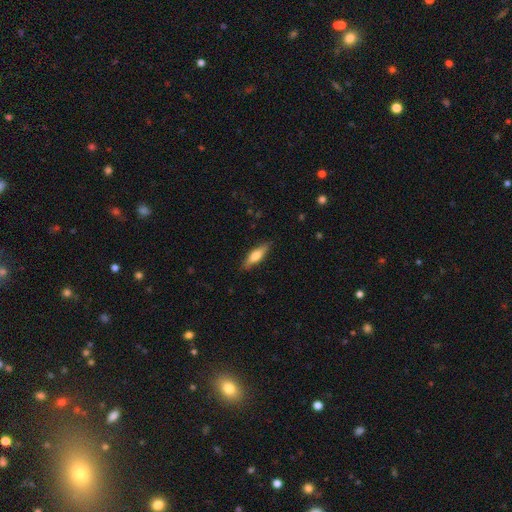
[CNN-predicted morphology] Overall: smooth (61%; featured or disk 33%). How rounded: cigar-shaped (61%; in between 37%). Merging: none (86%).